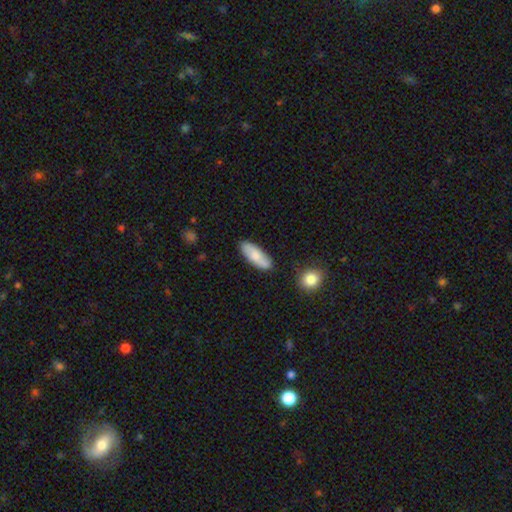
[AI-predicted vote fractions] A smooth galaxy with no disk features (74%) that is in between round and cigar-shaped (73%).

Vote fractions:
- Smooth or featured? smooth: 74% / featured or disk: 20% / star or artifact: 6%
- How rounded? in between: 73% / cigar-shaped: 25% / round: 2%
- Merging? none: 81% / minor disturbance: 13% / merger: 3% / major disturbance: 2%